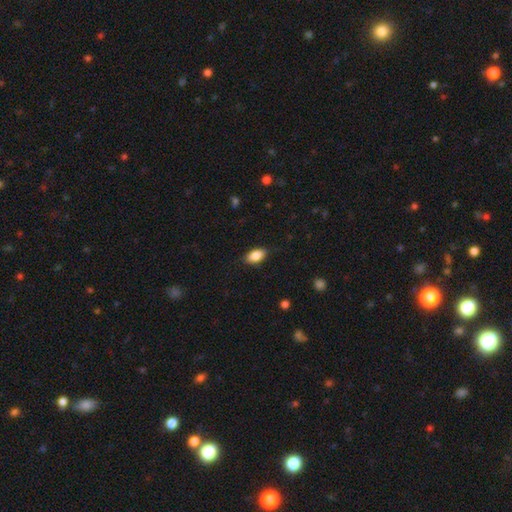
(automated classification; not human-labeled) smooth_or_featured: smooth (p=0.86) [alt: star or artifact p=0.07]
how_rounded: in between (p=0.91) [alt: cigar-shaped p=0.04]
merging: none (p=0.85) [alt: minor disturbance p=0.12]